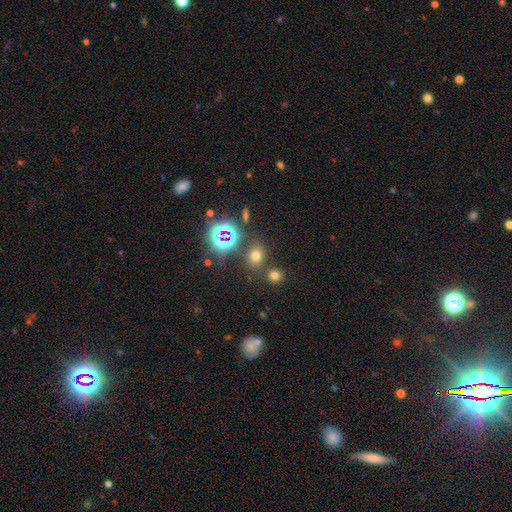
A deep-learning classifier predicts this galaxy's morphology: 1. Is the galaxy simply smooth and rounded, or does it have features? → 62% smooth, 30% star or artifact, 9% featured or disk.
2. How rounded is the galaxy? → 54% round, 45% in between, 1% cigar-shaped.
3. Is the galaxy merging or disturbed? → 77% none, 10% minor disturbance, 10% merger, 4% major disturbance.